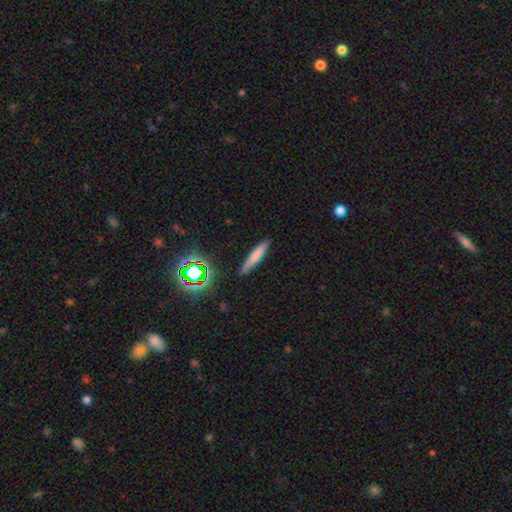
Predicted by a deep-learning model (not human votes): Overall: smooth (72%). How rounded: cigar-shaped (91%). Merging: none (88%).